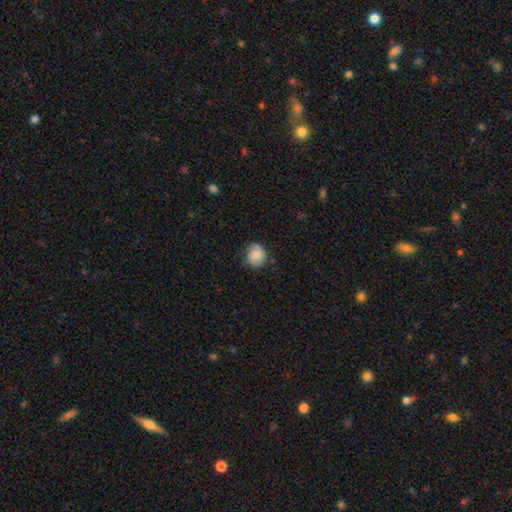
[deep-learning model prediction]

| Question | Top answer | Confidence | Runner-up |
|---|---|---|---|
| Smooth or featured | smooth | 80% | featured or disk (13%) |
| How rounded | round | 69% | in between (30%) |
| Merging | none | 71% | minor disturbance (23%) |